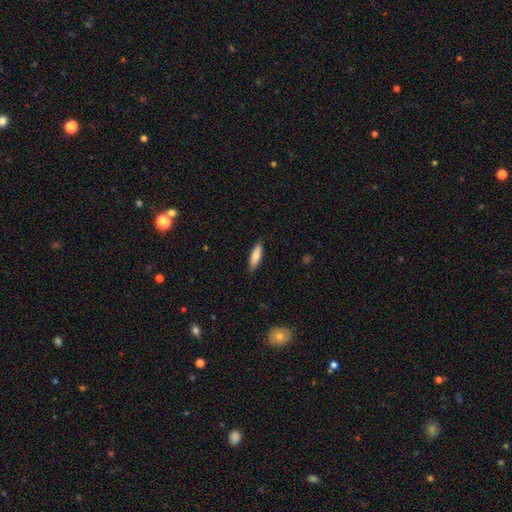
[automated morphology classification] A smooth galaxy with no disk features (82%) that is cigar-shaped (51%). Merging: none (87%).